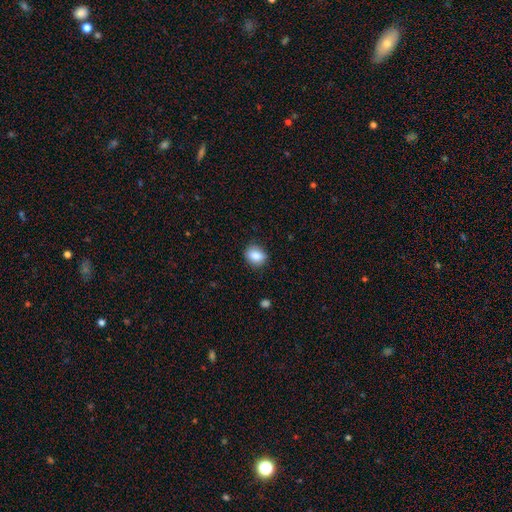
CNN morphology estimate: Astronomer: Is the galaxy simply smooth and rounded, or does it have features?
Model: smooth — 85%.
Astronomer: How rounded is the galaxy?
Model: in between — 50% (runner-up: round, 49%).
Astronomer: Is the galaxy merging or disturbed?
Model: none — 83%.